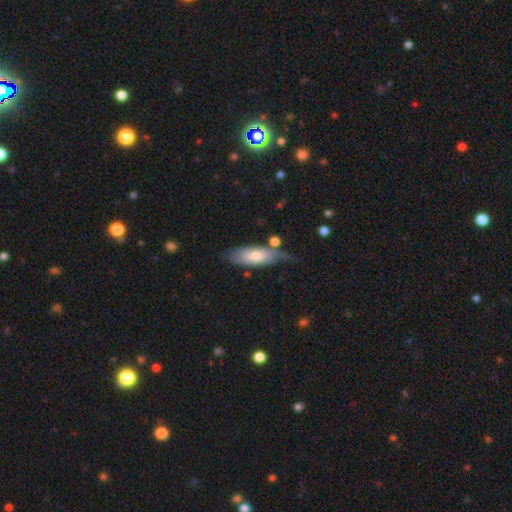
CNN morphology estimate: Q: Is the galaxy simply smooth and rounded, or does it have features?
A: smooth — 68%.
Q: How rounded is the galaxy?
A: in between — 74%.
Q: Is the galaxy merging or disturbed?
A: none — 55%.